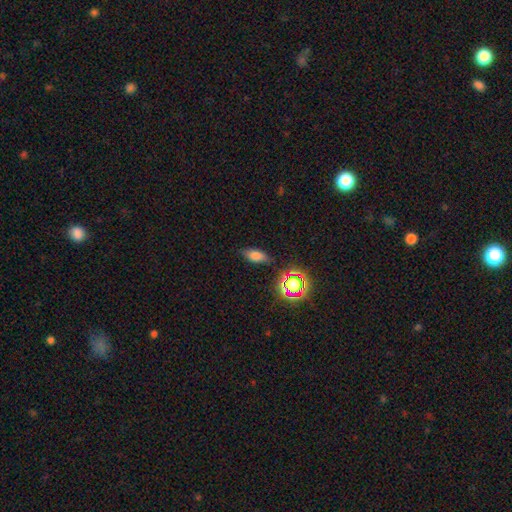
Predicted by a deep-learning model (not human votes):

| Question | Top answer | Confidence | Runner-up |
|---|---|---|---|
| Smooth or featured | smooth | 72% | star or artifact (16%) |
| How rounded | in between | 81% | cigar-shaped (14%) |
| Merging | none | 82% | minor disturbance (13%) |